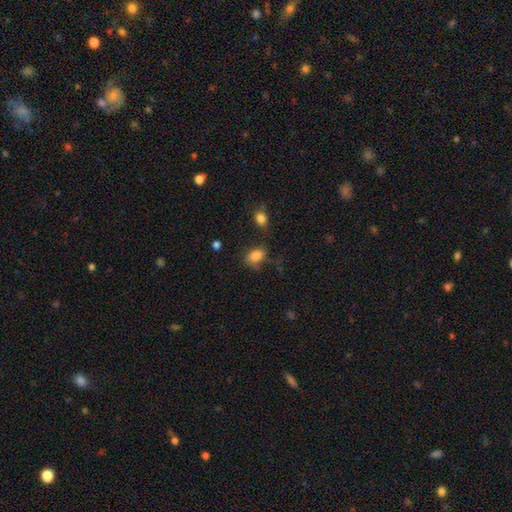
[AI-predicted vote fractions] Q: Smooth or featured?
A: smooth (84%); runner-up: star or artifact (10%)
Q: How rounded?
A: in between (72%); runner-up: round (27%)
Q: Merging?
A: none (59%); runner-up: minor disturbance (24%)